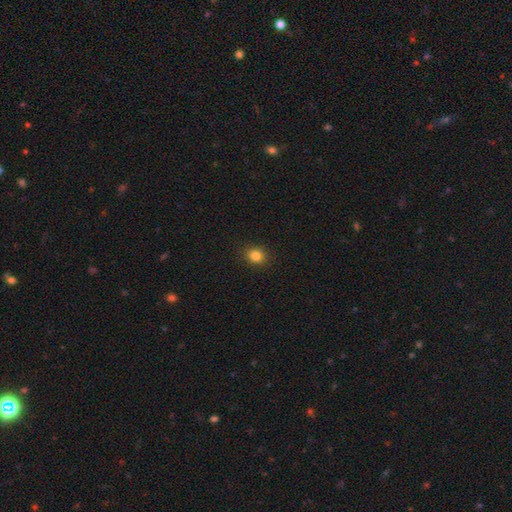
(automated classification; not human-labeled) A smooth galaxy with no disk features (83%) that is round (61%). Merging: none (90%).